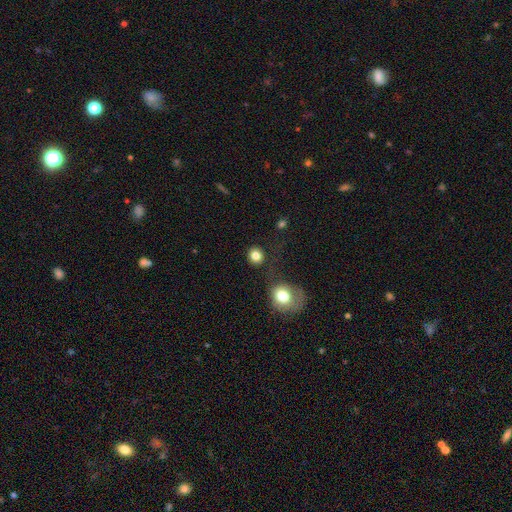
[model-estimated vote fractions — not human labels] Smooth or featured?
  - smooth: 82% *
  - star or artifact: 12%
  - featured or disk: 7%
How rounded?
  - round: 86% *
  - in between: 13%
  - cigar-shaped: 1%
Merging?
  - none: 77% *
  - minor disturbance: 10%
  - merger: 7%
  - major disturbance: 6%